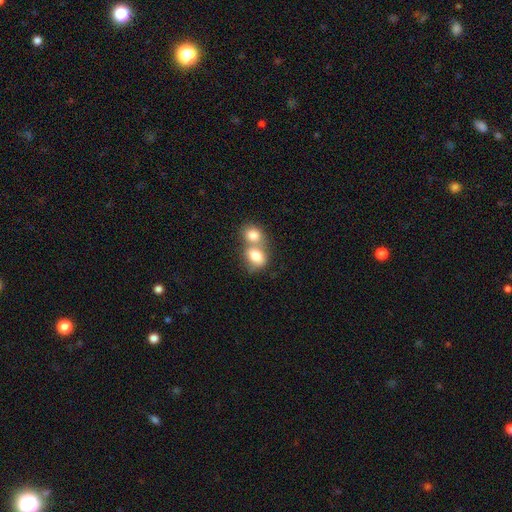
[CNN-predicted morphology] The model was most divided on "how rounded": in between: 60%, round: 39%, cigar-shaped: 1%. More confident: smooth or featured — smooth (78%); merging — merger (67%).